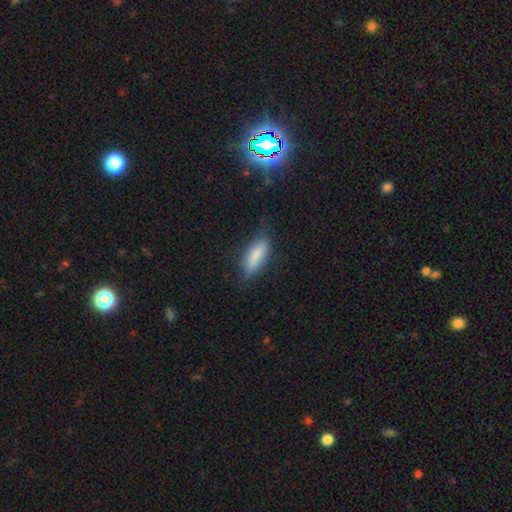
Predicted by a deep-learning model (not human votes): This is likely a smooth galaxy (79%). How rounded: possibly in between (58%). Merging: likely none (71%).